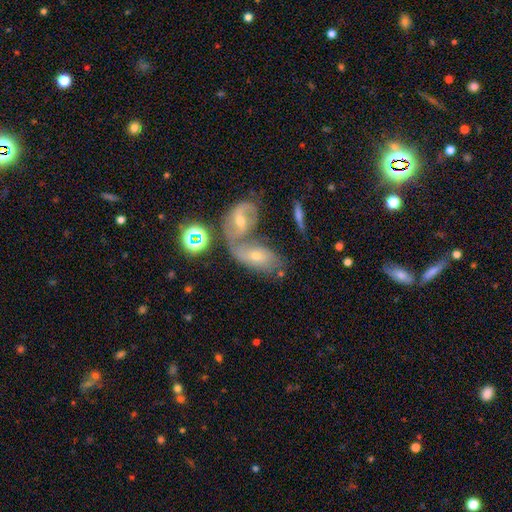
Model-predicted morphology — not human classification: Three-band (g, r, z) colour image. It shows a featured or disk galaxy (50%). Merging: merger (50%).